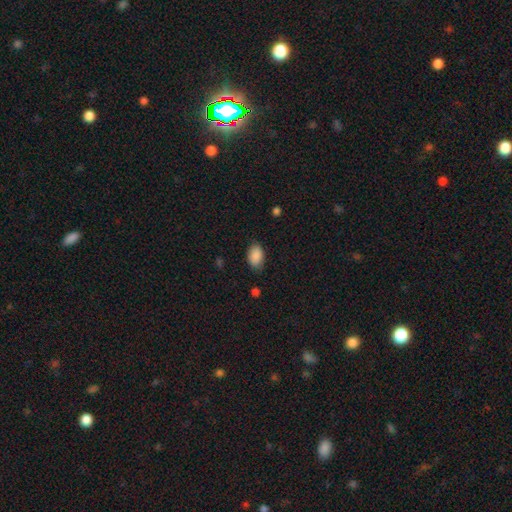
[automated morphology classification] smooth-or-featured: smooth: 89% | star or artifact: 7% | featured or disk: 4%
  how-rounded: in between: 88% | round: 11% | cigar-shaped: 1%
  merging: none: 81% | minor disturbance: 15% | major disturbance: 3% | merger: 1%